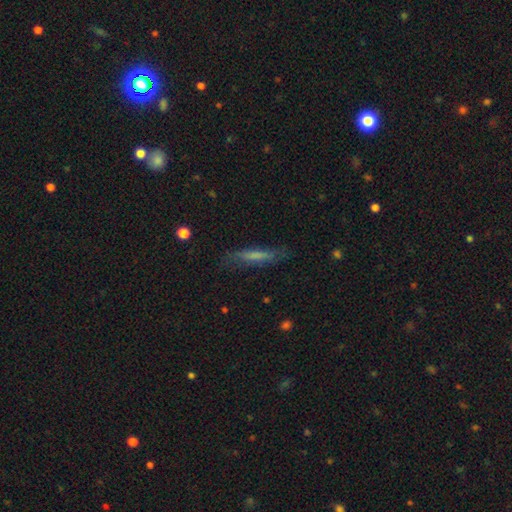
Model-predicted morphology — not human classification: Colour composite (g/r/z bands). It shows a smooth galaxy with no disk features (56%) that is cigar-shaped (88%). Merging: none (76%).